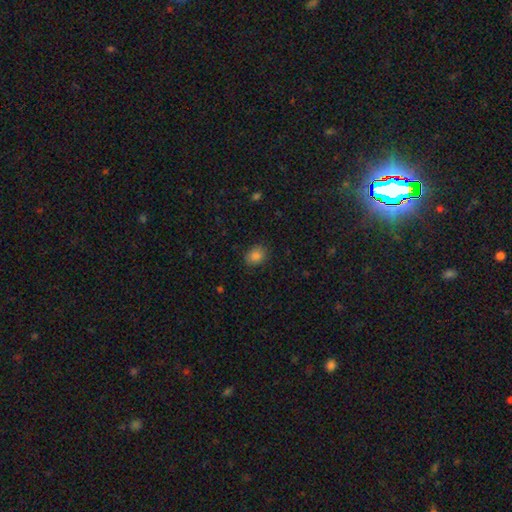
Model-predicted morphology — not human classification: Smooth or featured? Predicted: smooth (p=0.85). How rounded? Predicted: round (p=0.50). Merging? Predicted: none (p=0.83).